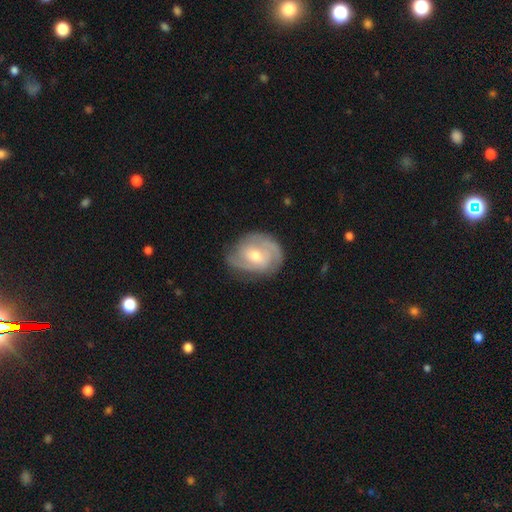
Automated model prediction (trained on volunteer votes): This is likely a featured or disk galaxy (77%). It is clearly not viewed edge-on (97%). Bar: possibly no (47%). Spiral arm pattern: clearly yes (92%). Spiral arm count: possibly 2 (51%). Spiral winding: possibly tight (51%). Central bulge: possibly moderate (59%). Merging: likely none (70%).